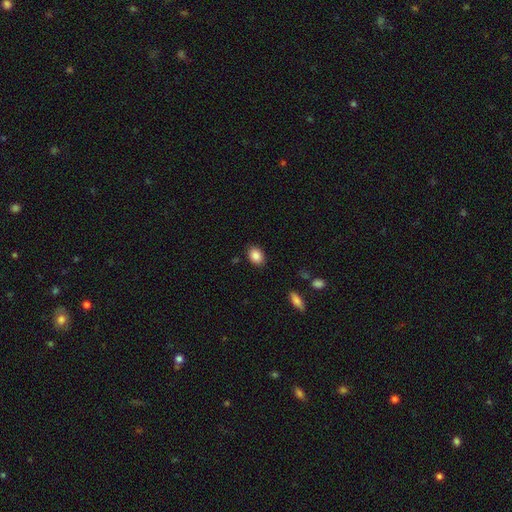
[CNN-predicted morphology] Q: Smooth or featured?
A: smooth (86%); runner-up: star or artifact (8%)
Q: How rounded?
A: in between (69%); runner-up: round (30%)
Q: Merging?
A: none (87%); runner-up: minor disturbance (9%)